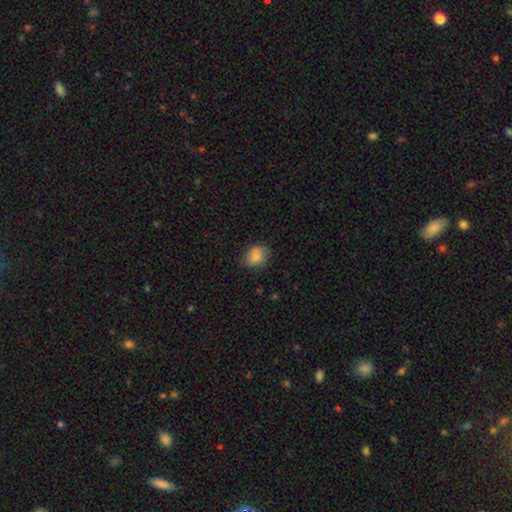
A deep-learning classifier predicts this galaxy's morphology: Smooth or featured?
  - smooth: 78% *
  - featured or disk: 12%
  - star or artifact: 10%
How rounded?
  - in between: 51% *
  - round: 48%
  - cigar-shaped: 1%
Merging?
  - none: 59% *
  - minor disturbance: 23%
  - merger: 11%
  - major disturbance: 7%